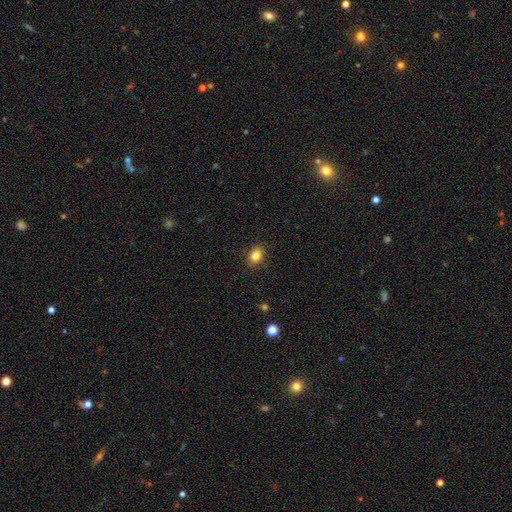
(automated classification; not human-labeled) Smooth or featured?
  - smooth: 83% *
  - star or artifact: 10%
  - featured or disk: 8%
How rounded?
  - in between: 68% *
  - round: 31%
  - cigar-shaped: 1%
Merging?
  - none: 87% *
  - minor disturbance: 10%
  - major disturbance: 2%
  - merger: 1%